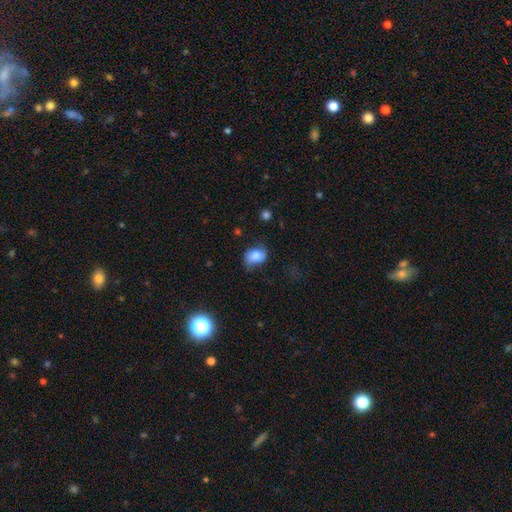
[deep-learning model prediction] Overall: smooth (73%). How rounded: in between (67%; round 32%). Merging: none (54%; minor disturbance 32%).